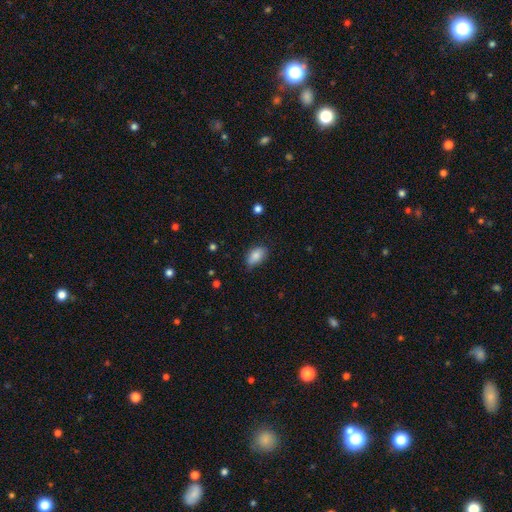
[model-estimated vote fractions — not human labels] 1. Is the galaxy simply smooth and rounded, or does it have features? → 85% smooth, 8% star or artifact, 7% featured or disk.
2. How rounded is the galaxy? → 92% in between, 6% round, 2% cigar-shaped.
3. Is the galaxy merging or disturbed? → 74% none, 22% minor disturbance, 4% major disturbance, 1% merger.